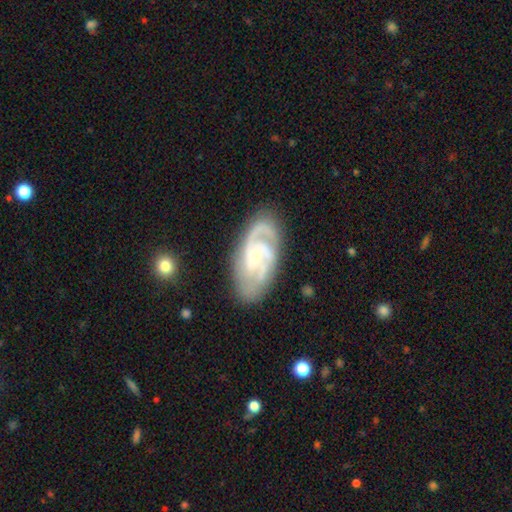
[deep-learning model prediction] The model was most divided on "spiral arm count" (2-way tie): 2: 38%, 3: 38%, can't tell: 11%, 4: 5%, 1: 4%, more than 4: 3%. Remaining: spiral arms — yes (97%); edge-on disk — no (96%); smooth or featured — featured or disk (88%); merging — none (76%); bulge size — small (66%); bar — no (59%); spiral winding — tight (49%).